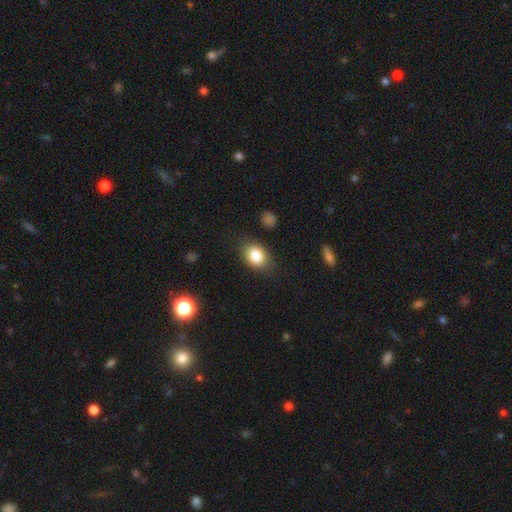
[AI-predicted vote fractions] Overall: smooth (84%). How rounded: in between (71%). Merging: none (79%).